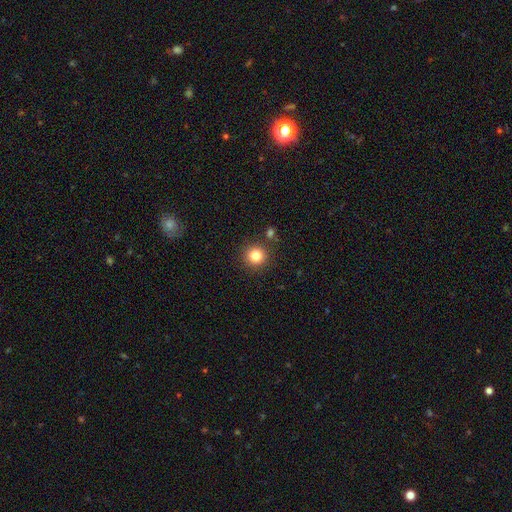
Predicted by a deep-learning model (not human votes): Smooth or featured? smooth (83%)
How rounded? round (94%)
Merging? none (87%)